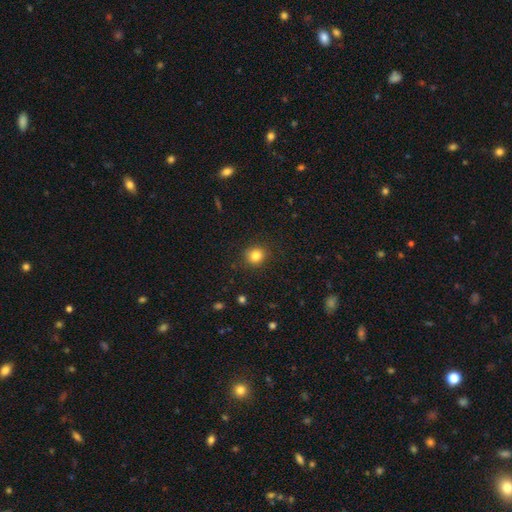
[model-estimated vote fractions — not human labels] A smooth galaxy with no disk features (82%) that is round (86%). Merging: none (89%).